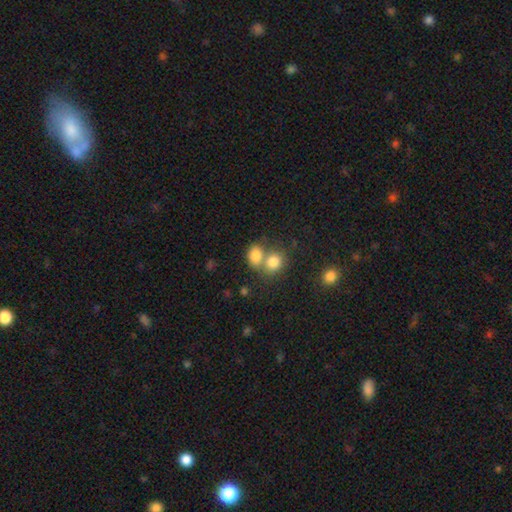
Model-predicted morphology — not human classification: Smooth or featured?
  - smooth: 81% *
  - star or artifact: 10%
  - featured or disk: 9%
How rounded?
  - in between: 57% *
  - round: 41%
  - cigar-shaped: 1%
Merging?
  - merger: 54% *
  - none: 34%
  - minor disturbance: 8%
  - major disturbance: 4%